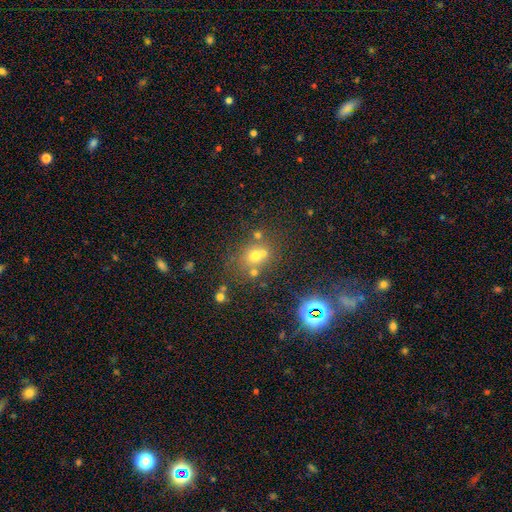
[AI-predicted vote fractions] Morphology: type=smooth (58%); roundness=round (76%); merging=none (53%).